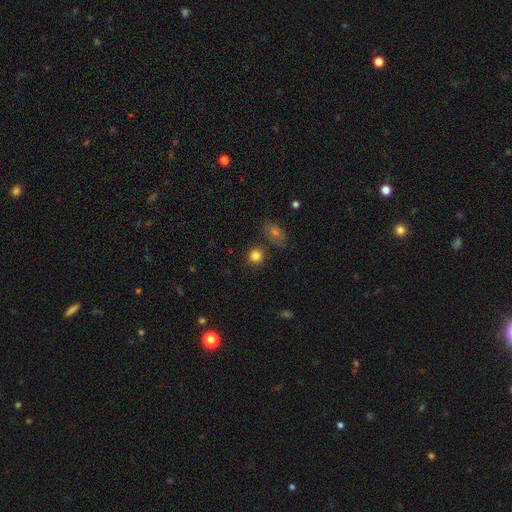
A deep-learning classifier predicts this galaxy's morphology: Smooth or featured: smooth — 83% (star or artifact — 11%)
How rounded: round — 88% (in between — 11%)
Merging: none — 83% (minor disturbance — 9%)